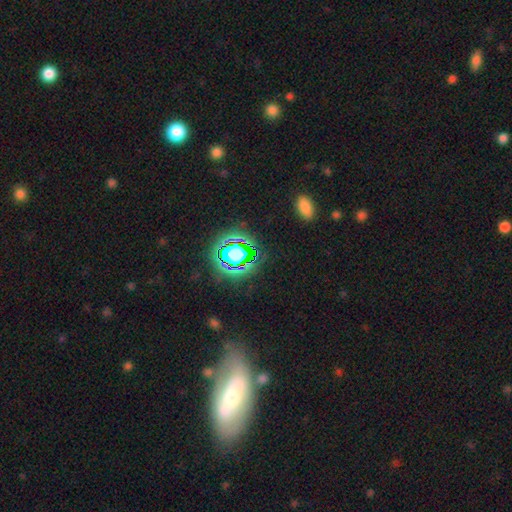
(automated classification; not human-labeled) A star or artifact, not a galaxy (64%).

Vote fractions:
- Smooth or featured? star or artifact: 64% / smooth: 21% / featured or disk: 15%